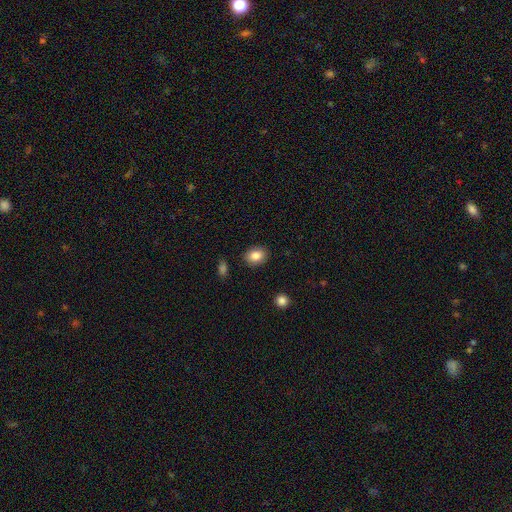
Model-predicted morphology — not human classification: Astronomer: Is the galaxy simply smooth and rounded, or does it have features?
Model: smooth — 85%.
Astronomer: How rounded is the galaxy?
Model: in between — 59% (runner-up: round, 40%).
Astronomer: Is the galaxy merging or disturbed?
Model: none — 88%.